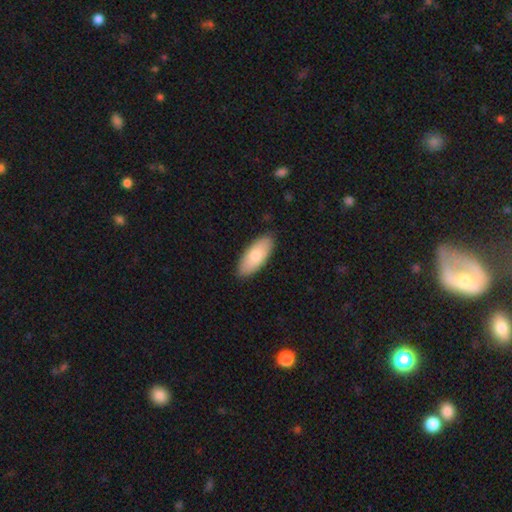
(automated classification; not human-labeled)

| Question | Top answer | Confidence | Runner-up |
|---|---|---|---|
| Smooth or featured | smooth | 79% | featured or disk (15%) |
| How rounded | in between | 85% | cigar-shaped (13%) |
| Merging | none | 87% | minor disturbance (10%) |